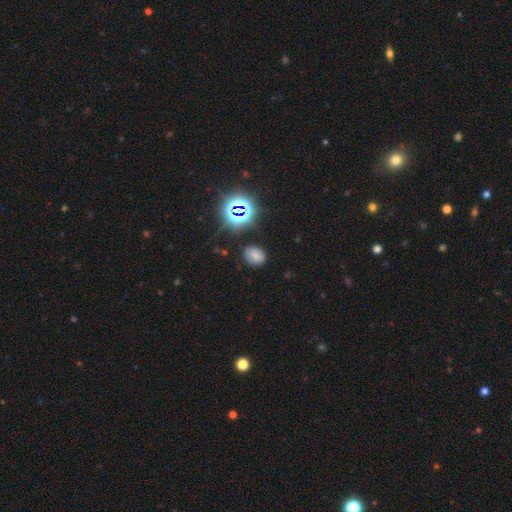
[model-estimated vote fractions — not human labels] Smooth or featured: smooth — 64% (star or artifact — 24%)
How rounded: in between — 51% (round — 48%)
Merging: none — 79% (minor disturbance — 15%)